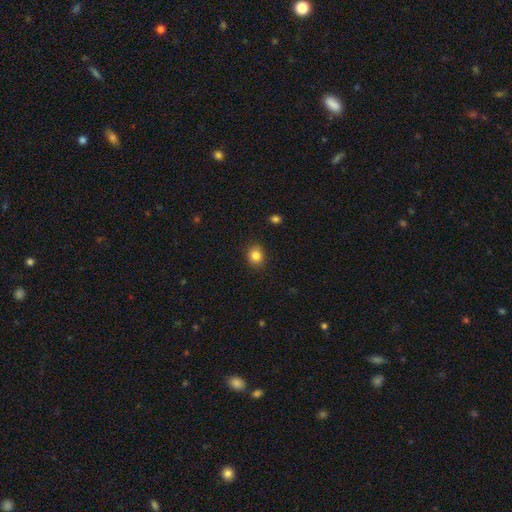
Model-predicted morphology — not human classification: smooth 84%, star or artifact 11%, featured or disk 6%. Down the decision tree: how rounded — round (69%); merging — none (87%).